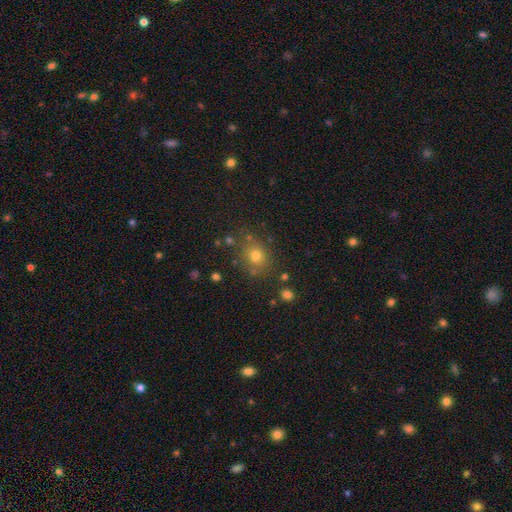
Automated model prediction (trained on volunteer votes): Smooth or featured? smooth (73%)
How rounded? round (71%)
Merging? none (77%)